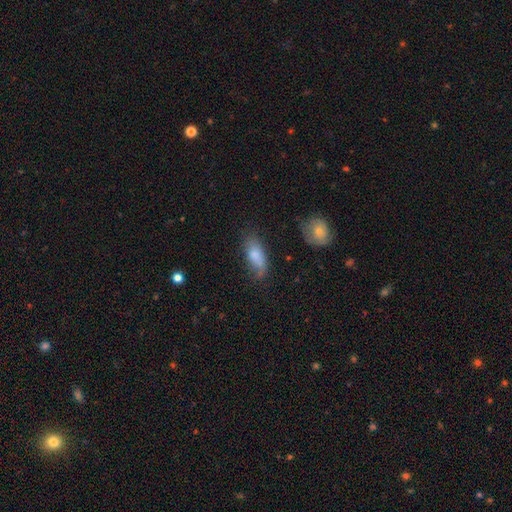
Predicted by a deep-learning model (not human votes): smooth 76%, featured or disk 17%, star or artifact 7%. Down the decision tree: how rounded — in between (81%); merging — none (52%).